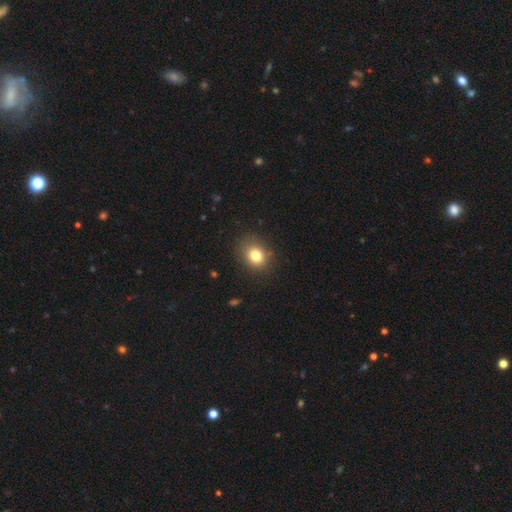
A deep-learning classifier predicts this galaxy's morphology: A smooth galaxy with no disk features (79%) that is round (58%). Merging: none (83%).